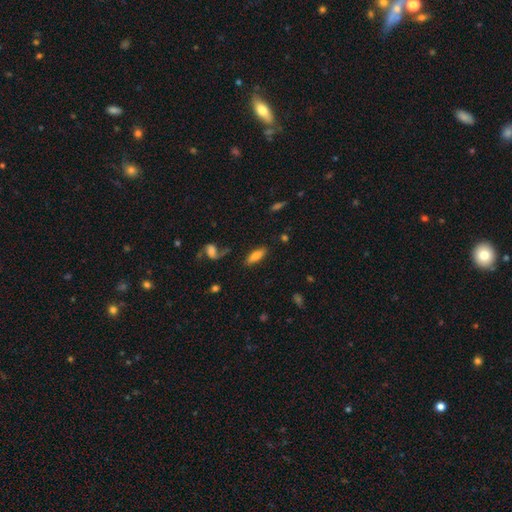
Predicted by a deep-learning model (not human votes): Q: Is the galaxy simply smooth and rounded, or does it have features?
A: smooth — 72%.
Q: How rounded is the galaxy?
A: in between — 69%.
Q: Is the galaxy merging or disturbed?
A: none — 80%.